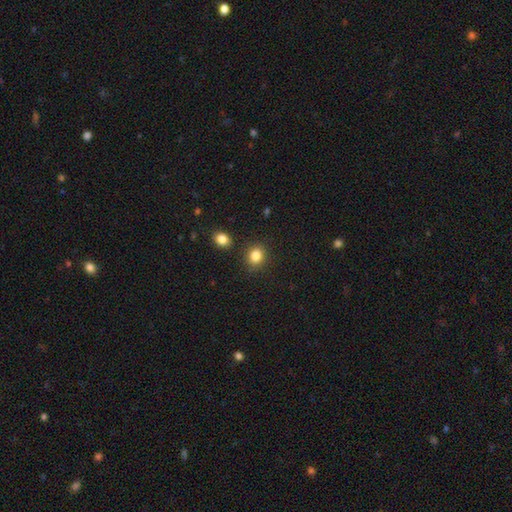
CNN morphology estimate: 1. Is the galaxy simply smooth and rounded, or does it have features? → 85% smooth, 10% star or artifact, 5% featured or disk.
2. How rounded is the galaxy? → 67% round, 33% in between, 1% cigar-shaped.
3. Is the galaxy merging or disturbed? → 85% none, 8% minor disturbance, 4% merger, 2% major disturbance.